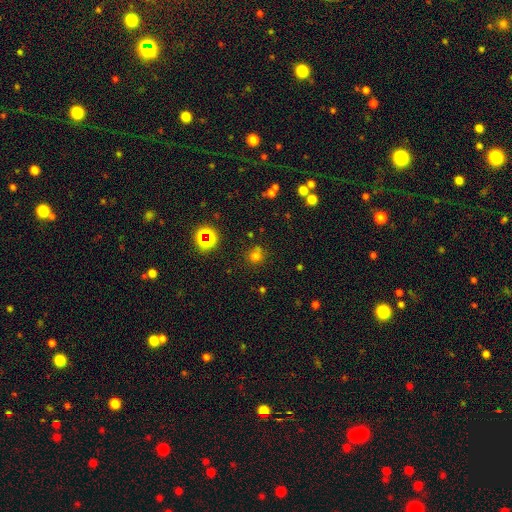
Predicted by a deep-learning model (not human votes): A smooth galaxy with no disk features (65%) that is round (89%). Merging: none (75%).